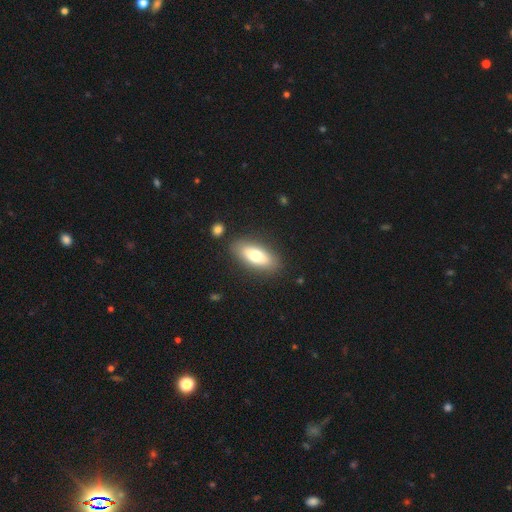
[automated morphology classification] Smooth or featured: smooth — 68% (featured or disk — 25%)
How rounded: in between — 79% (cigar-shaped — 18%)
Merging: none — 85% (minor disturbance — 10%)